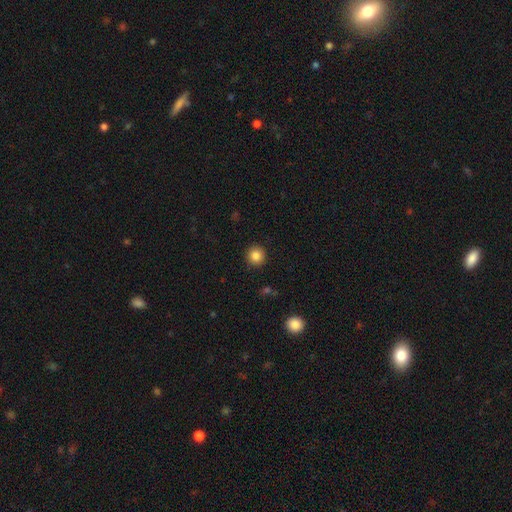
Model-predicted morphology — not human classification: This is clearly a smooth galaxy (85%). How rounded: clearly round (95%). Merging: clearly none (92%).